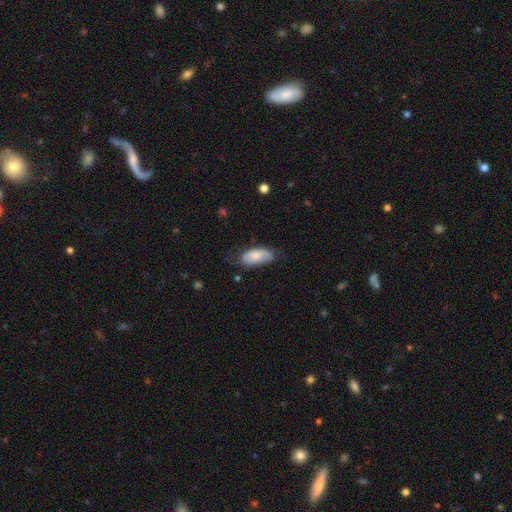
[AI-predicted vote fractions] Smooth or featured? smooth (71%)
How rounded? in between (91%)
Merging? none (57%)